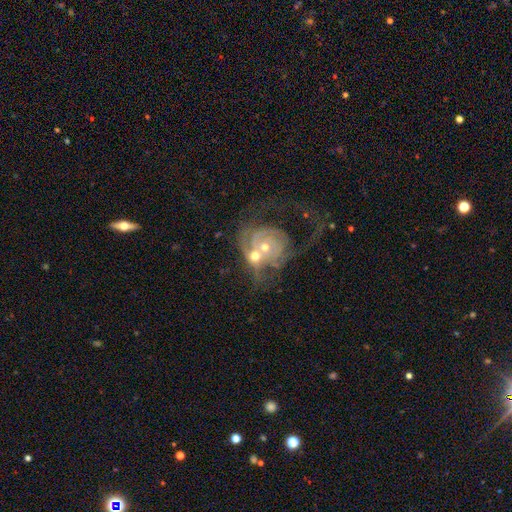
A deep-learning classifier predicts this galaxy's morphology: This is likely a featured or disk galaxy (77%). It is clearly not viewed edge-on (96%). Bar: likely no (76%). Spiral arm pattern: clearly yes (84%). Spiral arm count: marginally 2 (35%). Spiral winding: possibly tight (52%). Central bulge: possibly moderate (48%). Merging: possibly merger (55%).